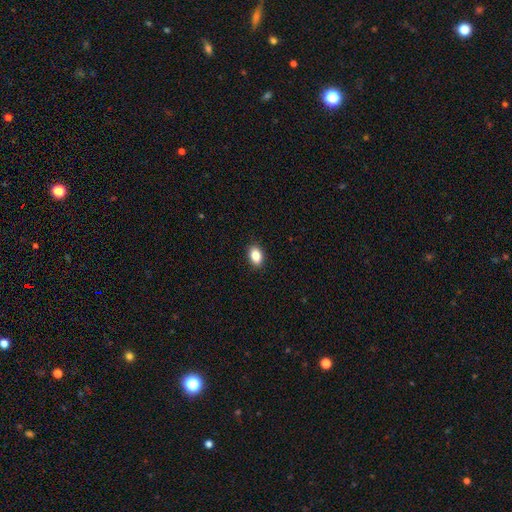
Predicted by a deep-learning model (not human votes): The model was most divided on "how rounded": in between: 84%, round: 15%, cigar-shaped: 2%. More confident: merging — none (90%); smooth or featured — smooth (86%).